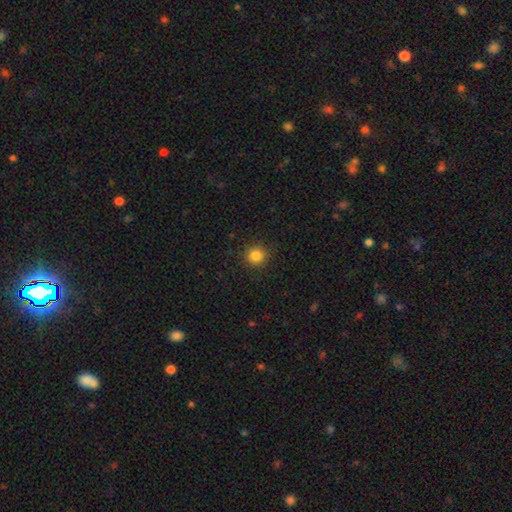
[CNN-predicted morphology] A smooth galaxy with no disk features (85%) that is round (93%). Merging: none (90%).